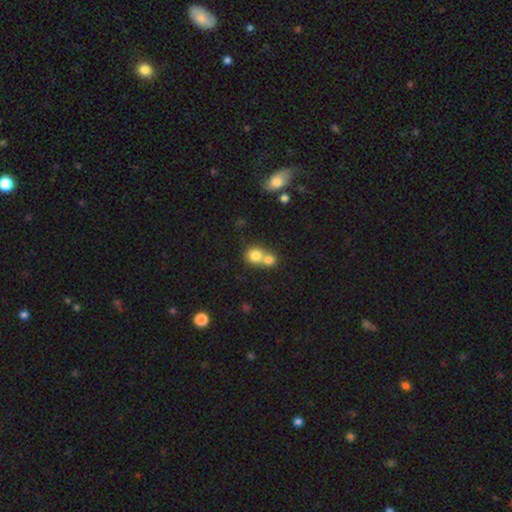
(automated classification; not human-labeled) smooth-or-featured: smooth: 78% | featured or disk: 12% | star or artifact: 10%
  how-rounded: round: 82% | in between: 17% | cigar-shaped: 1%
  merging: merger: 61% | none: 32% | minor disturbance: 5% | major disturbance: 2%